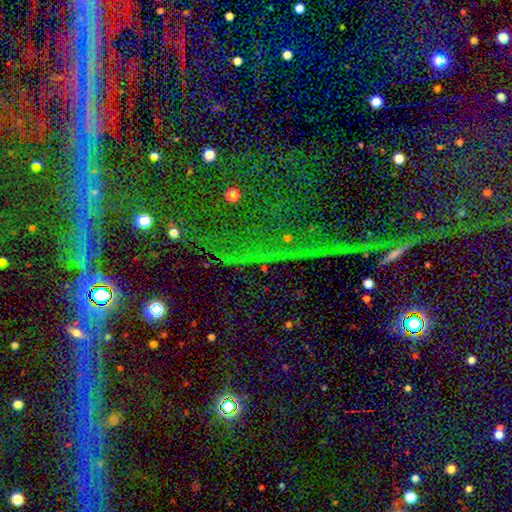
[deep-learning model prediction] star or artifact 81%, featured or disk 10%, smooth 9%.